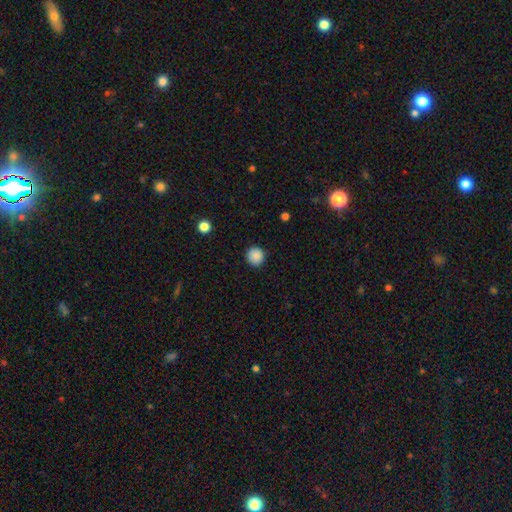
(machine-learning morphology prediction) smooth-or-featured: smooth: 88% | star or artifact: 9% | featured or disk: 3%
  how-rounded: round: 93% | in between: 6% | cigar-shaped: 1%
  merging: none: 90% | minor disturbance: 7% | major disturbance: 2% | merger: 1%